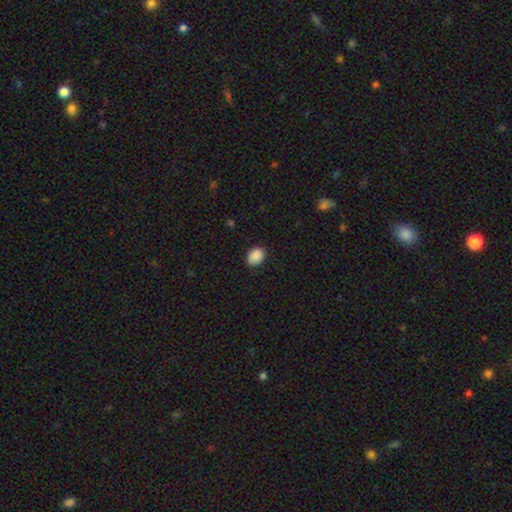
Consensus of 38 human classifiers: Smooth or featured? smooth (97%)
How rounded? in between (65%)
Merging? none (89%)